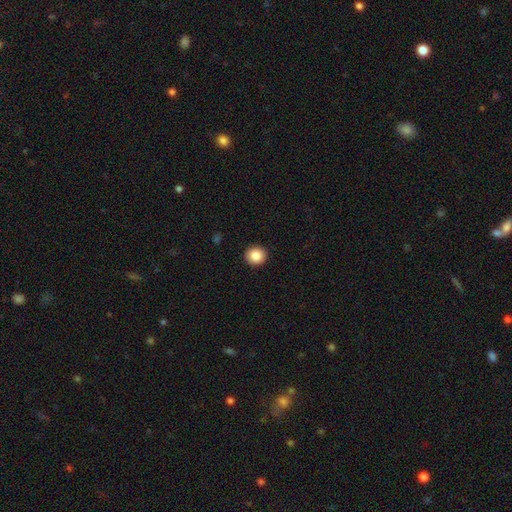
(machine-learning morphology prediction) Smooth or featured?
  - smooth: 86% *
  - star or artifact: 9%
  - featured or disk: 5%
How rounded?
  - round: 91% *
  - in between: 8%
  - cigar-shaped: 1%
Merging?
  - none: 93% *
  - minor disturbance: 5%
  - major disturbance: 2%
  - merger: 1%